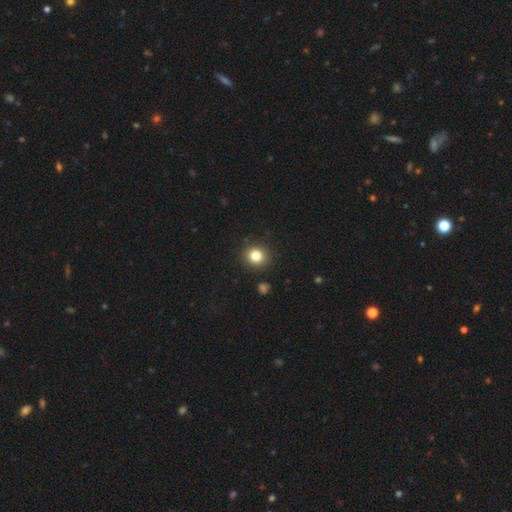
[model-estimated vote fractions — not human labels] Q: Smooth or featured?
A: smooth (83%); runner-up: star or artifact (11%)
Q: How rounded?
A: round (87%); runner-up: in between (12%)
Q: Merging?
A: none (89%); runner-up: minor disturbance (7%)